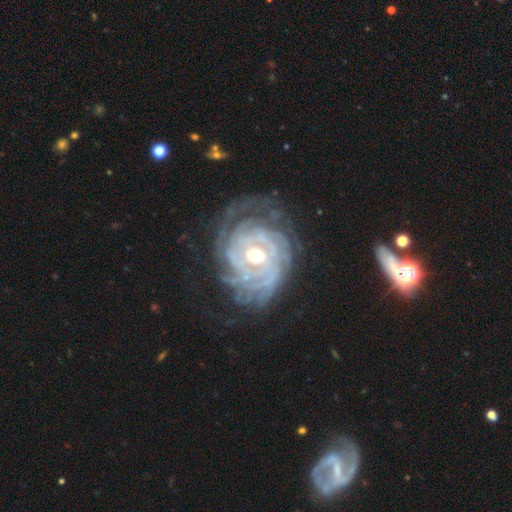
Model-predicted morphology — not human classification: Smooth or featured? Predicted: featured or disk (p=0.90). Edge-on disk? Predicted: no (p=0.97). Bar? Predicted: no (p=0.48). Spiral arms? Predicted: yes (p=0.95). Spiral winding? Predicted: tight (p=0.79). Spiral arm count? Predicted: can't tell (p=0.37). Bulge size? Predicted: moderate (p=0.66). Merging? Predicted: none (p=0.65).